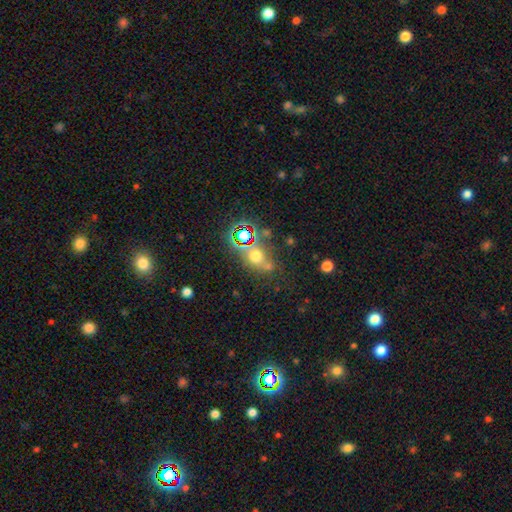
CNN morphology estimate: A smooth galaxy with no disk features (52%) that is round (62%).

Vote fractions:
- Smooth or featured? smooth: 52% / star or artifact: 34% / featured or disk: 14%
- How rounded? round: 62% / in between: 36% / cigar-shaped: 2%
- Merging? none: 60% / merger: 18% / minor disturbance: 14% / major disturbance: 8%